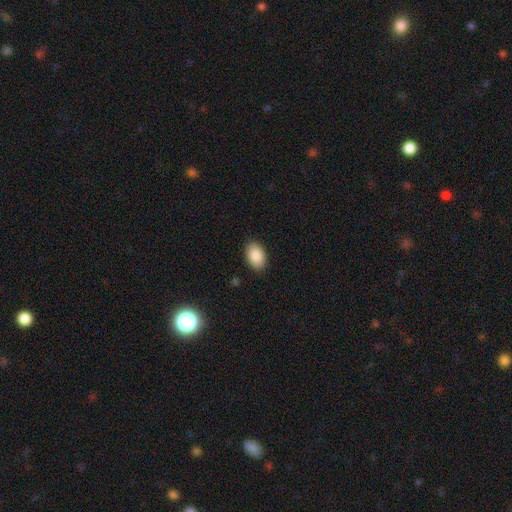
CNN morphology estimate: Smooth or featured? smooth (89%)
How rounded? in between (88%)
Merging? none (88%)